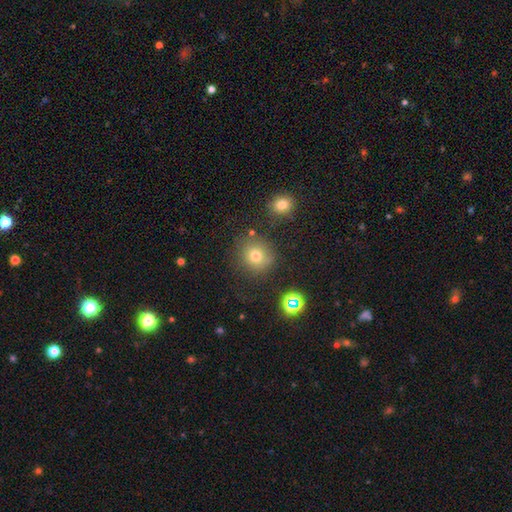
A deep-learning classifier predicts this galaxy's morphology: Overall: smooth (72%). How rounded: round (88%). Merging: none (79%).